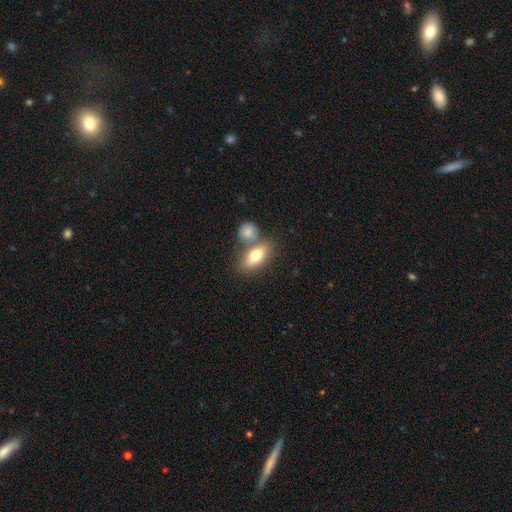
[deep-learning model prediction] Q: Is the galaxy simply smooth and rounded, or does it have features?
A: smooth — 75%.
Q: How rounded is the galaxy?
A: in between — 81%.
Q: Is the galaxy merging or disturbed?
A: none — 51%.